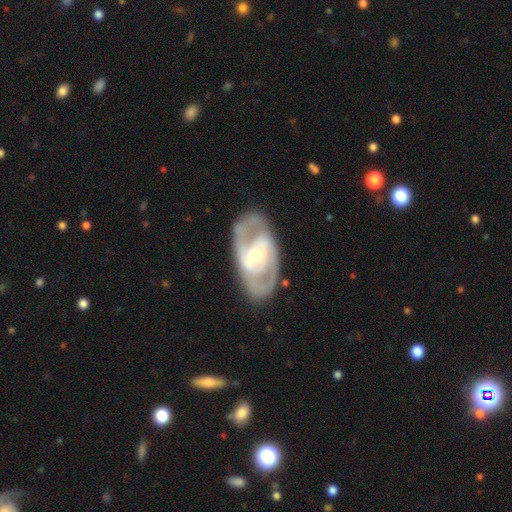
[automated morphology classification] Overall: featured or disk (81%). Edge-on disk: no (94%). Bar: no (40%; weak 36%). Spiral arms: yes (77%). Spiral arm count: 2 (78%). Spiral winding: medium (44%; tight 41%). Bulge size: moderate (51%; small 42%). Merging: none (81%).